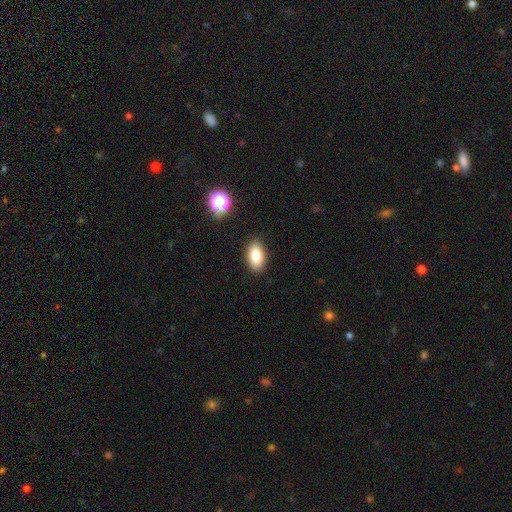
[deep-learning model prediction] This is clearly a smooth galaxy (83%). How rounded: clearly in between (92%). Merging: clearly none (88%).